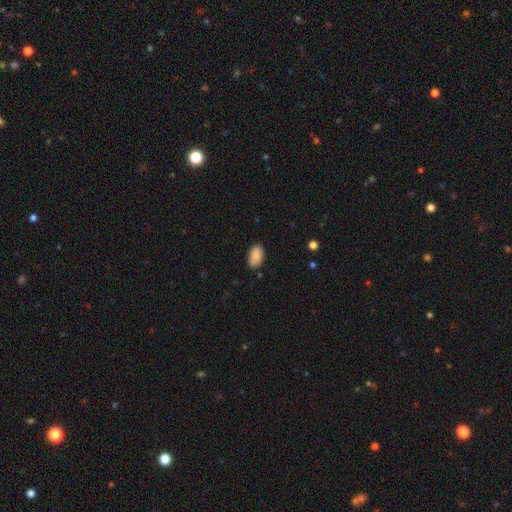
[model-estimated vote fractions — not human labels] smooth-or-featured: smooth: 88% | star or artifact: 7% | featured or disk: 5%
  how-rounded: in between: 94% | round: 5% | cigar-shaped: 2%
  merging: none: 81% | minor disturbance: 15% | major disturbance: 3% | merger: 2%